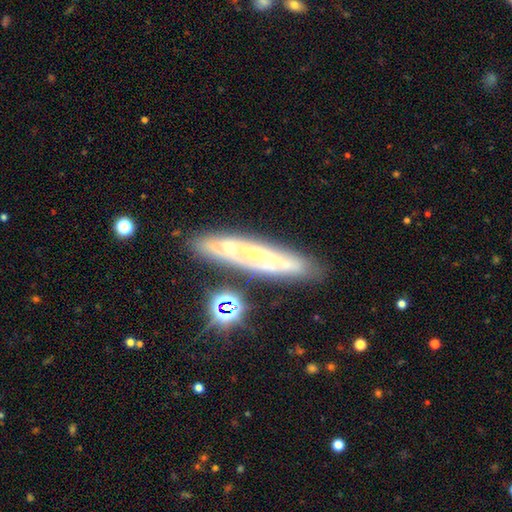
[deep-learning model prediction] Smooth or featured? Predicted: featured or disk (p=0.59). Edge-on disk? Predicted: yes (p=0.62). Merging? Predicted: none (p=0.75).